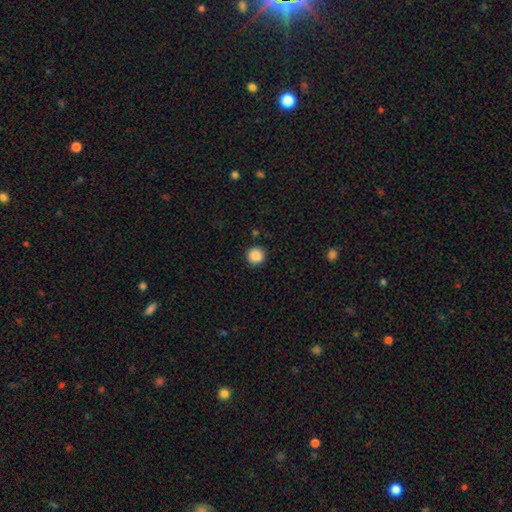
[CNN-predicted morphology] Q: Smooth or featured?
A: smooth (88%); runner-up: star or artifact (9%)
Q: How rounded?
A: round (94%); runner-up: in between (5%)
Q: Merging?
A: none (91%); runner-up: minor disturbance (6%)